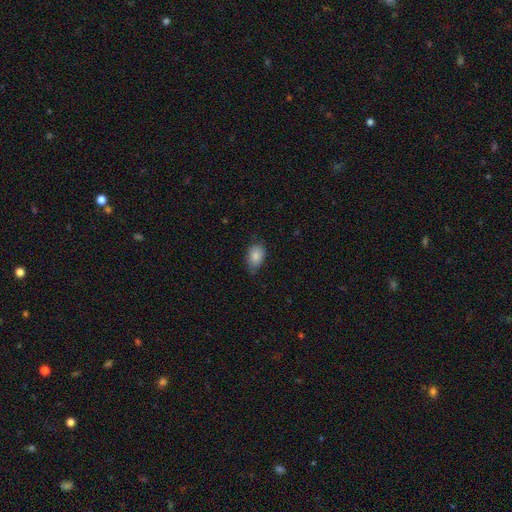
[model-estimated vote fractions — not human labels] Smooth or featured?
  - smooth: 85% *
  - star or artifact: 8%
  - featured or disk: 7%
How rounded?
  - in between: 79% *
  - round: 20%
  - cigar-shaped: 1%
Merging?
  - none: 62% *
  - minor disturbance: 31%
  - major disturbance: 5%
  - merger: 1%